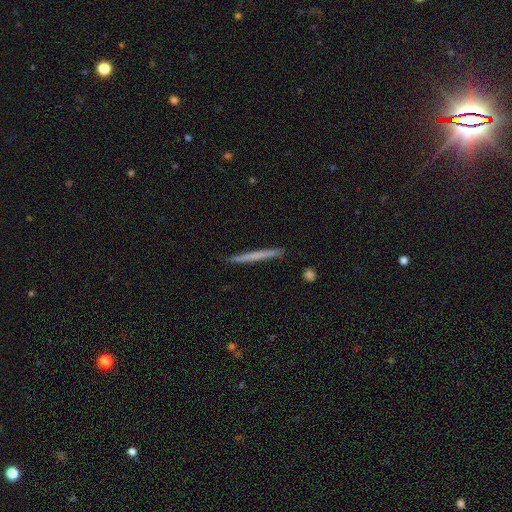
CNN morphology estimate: This appears to be a smooth galaxy with no disk features (58%) that is cigar-shaped (97%). Merging: none (91%).